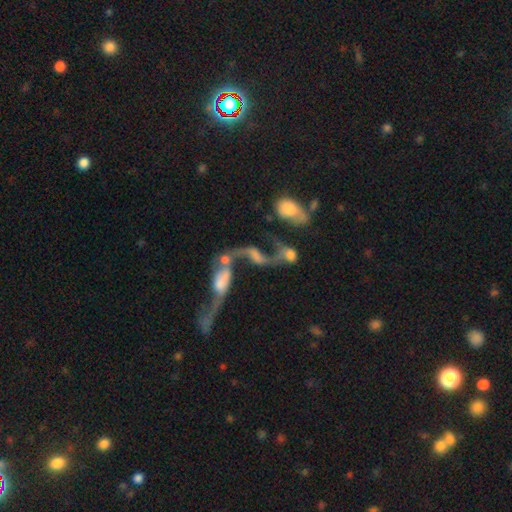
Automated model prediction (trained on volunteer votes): Smooth or featured? Predicted: featured or disk (p=0.76). Edge-on disk? Predicted: no (p=0.92). Bar? Predicted: no (p=0.45). Spiral arms? Predicted: yes (p=0.87). Spiral winding? Predicted: loose (p=0.89). Spiral arm count? Predicted: 2 (p=0.88). Bulge size? Predicted: none (p=0.38). Merging? Predicted: merger (p=0.54).